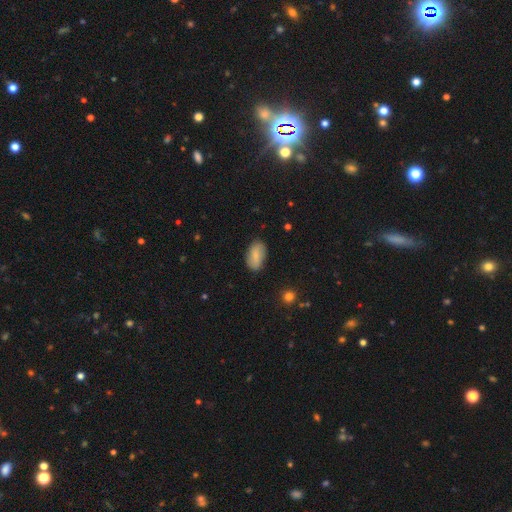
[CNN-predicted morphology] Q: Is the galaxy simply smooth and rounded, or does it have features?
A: smooth — 83%.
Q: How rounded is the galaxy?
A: in between — 94%.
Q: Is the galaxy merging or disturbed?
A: none — 85%.